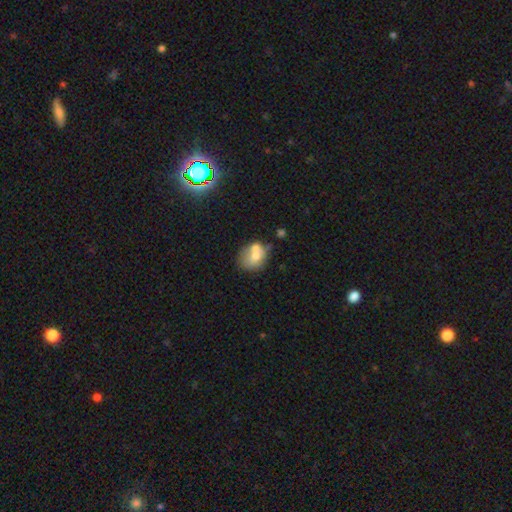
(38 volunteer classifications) Volunteers were most divided on "how rounded": round: 55%, in between: 45%, cigar-shaped: 0%. More confident: smooth or featured — smooth (76%); merging — merger (60%).